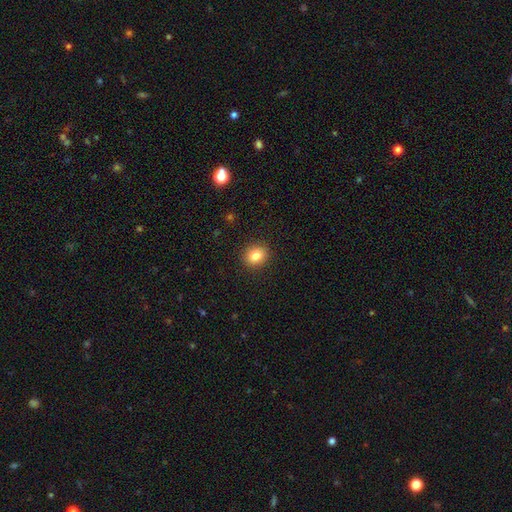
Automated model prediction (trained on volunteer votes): Smooth or featured?
  - smooth: 83% *
  - star or artifact: 10%
  - featured or disk: 7%
How rounded?
  - round: 71% *
  - in between: 29%
  - cigar-shaped: 1%
Merging?
  - none: 90% *
  - minor disturbance: 6%
  - major disturbance: 2%
  - merger: 1%